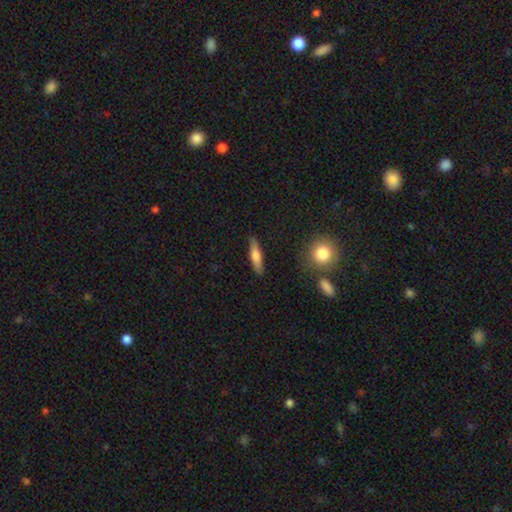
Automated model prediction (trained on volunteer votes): A smooth galaxy with no disk features (61%) that is cigar-shaped (76%). Merging: none (88%).